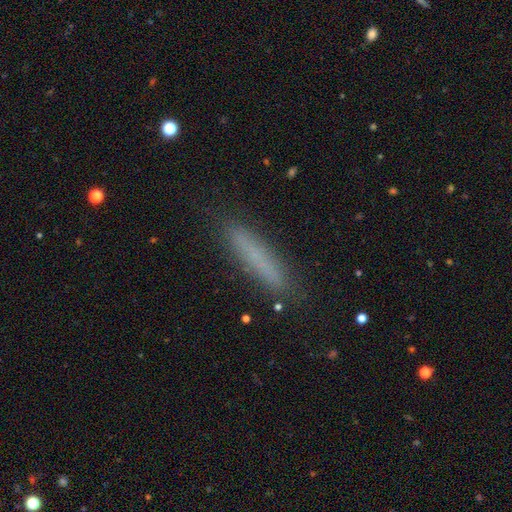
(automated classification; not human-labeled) Q: Smooth or featured?
A: smooth (72%); runner-up: featured or disk (18%)
Q: How rounded?
A: cigar-shaped (91%); runner-up: in between (8%)
Q: Merging?
A: none (86%); runner-up: minor disturbance (10%)